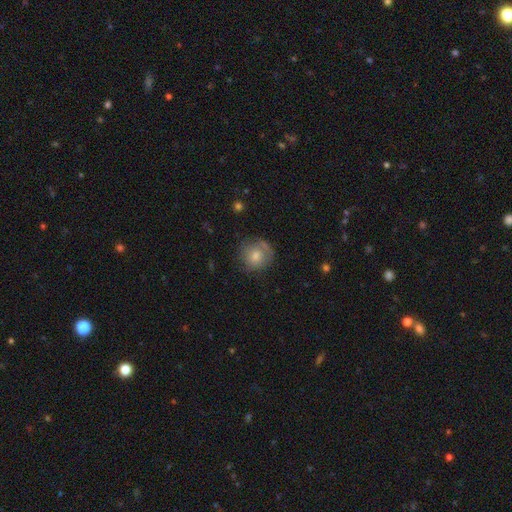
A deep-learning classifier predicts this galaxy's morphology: Overall: smooth (61%; featured or disk 28%). How rounded: round (88%). Merging: none (71%).